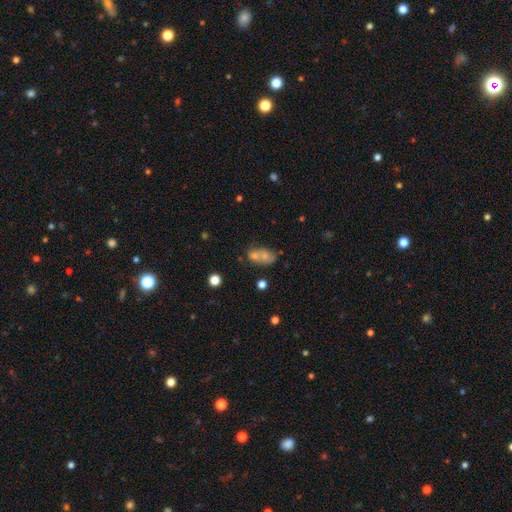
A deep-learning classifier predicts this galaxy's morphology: The model was most divided on "merging": none: 42%, merger: 35%, minor disturbance: 15%, major disturbance: 9%. More confident: how rounded — in between (70%); smooth or featured — smooth (55%).